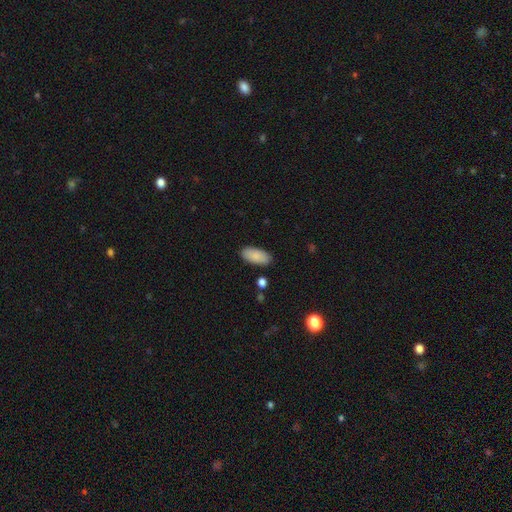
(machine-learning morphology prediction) Smooth or featured? Predicted: smooth (p=0.88). How rounded? Predicted: in between (p=0.91). Merging? Predicted: none (p=0.87).